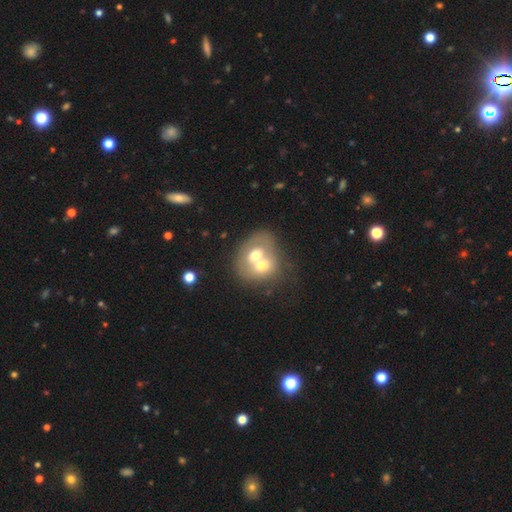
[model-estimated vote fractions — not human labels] smooth 51%, featured or disk 40%, star or artifact 8%. Down the decision tree: how rounded — round (56%); merging — merger (72%).